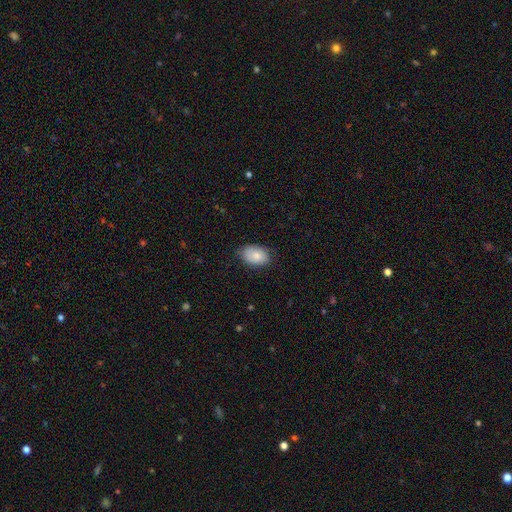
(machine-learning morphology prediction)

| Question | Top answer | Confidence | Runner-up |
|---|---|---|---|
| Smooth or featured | smooth | 83% | featured or disk (10%) |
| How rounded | in between | 88% | round (11%) |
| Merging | none | 76% | minor disturbance (19%) |